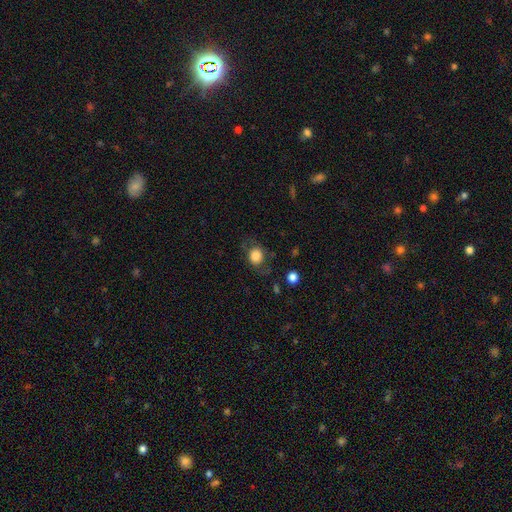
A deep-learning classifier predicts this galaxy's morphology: The model was most divided on "how rounded": round: 67%, in between: 32%, cigar-shaped: 1%. More confident: smooth or featured — smooth (78%); merging — none (69%).